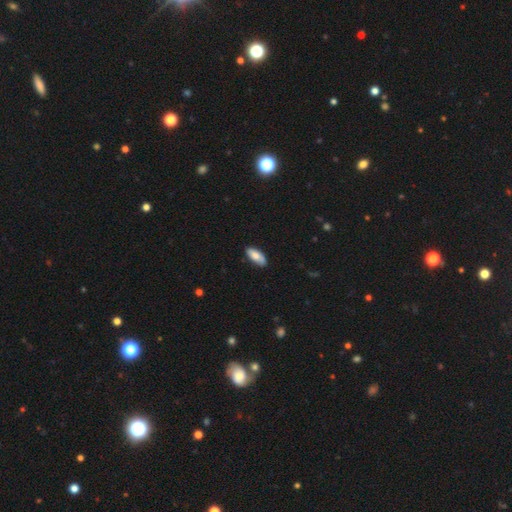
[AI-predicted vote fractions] Overall: smooth (78%). How rounded: in between (84%). Merging: none (84%).